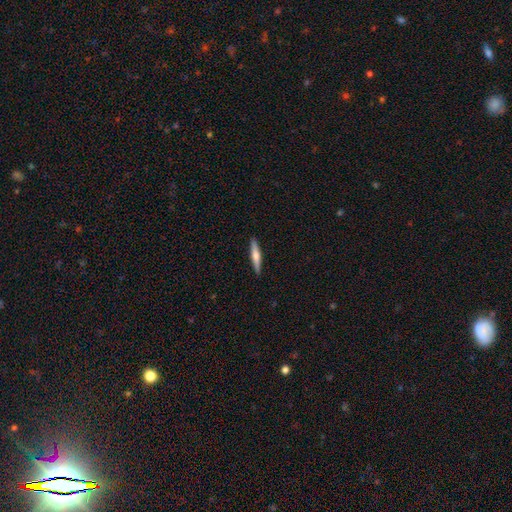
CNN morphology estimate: type=smooth (53%); roundness=cigar-shaped (90%); merging=none (91%).